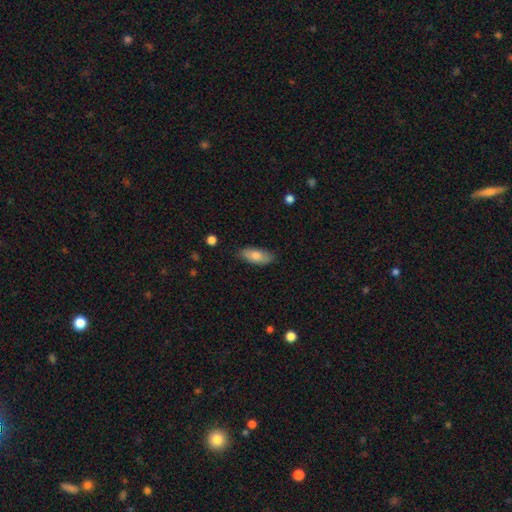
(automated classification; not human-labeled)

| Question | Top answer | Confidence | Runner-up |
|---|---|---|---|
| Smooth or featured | smooth | 79% | featured or disk (14%) |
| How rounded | in between | 84% | cigar-shaped (13%) |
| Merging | none | 82% | minor disturbance (14%) |